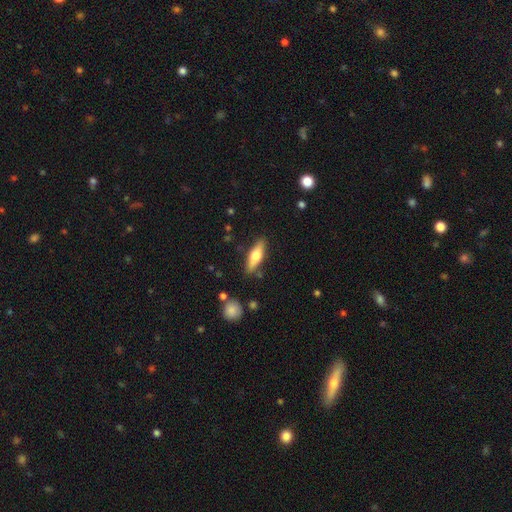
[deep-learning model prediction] Smooth or featured: smooth — 54% (featured or disk — 40%)
How rounded: cigar-shaped — 52% (in between — 45%)
Merging: none — 83% (minor disturbance — 11%)